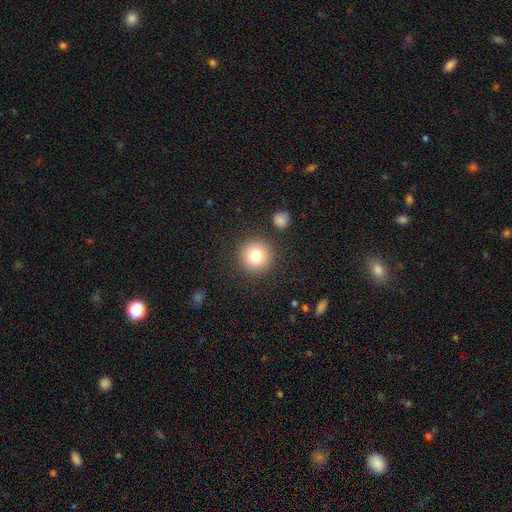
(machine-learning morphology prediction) This appears to be a smooth galaxy with no disk features (79%) that is round (96%). Merging: none (89%).